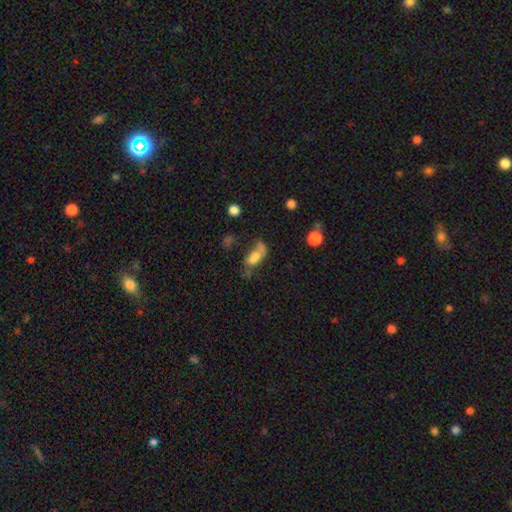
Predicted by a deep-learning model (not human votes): The model was most divided on "merging": merger: 39%, none: 24%, major disturbance: 21%, minor disturbance: 15%. More confident: how rounded — in between (77%); smooth or featured — smooth (61%).